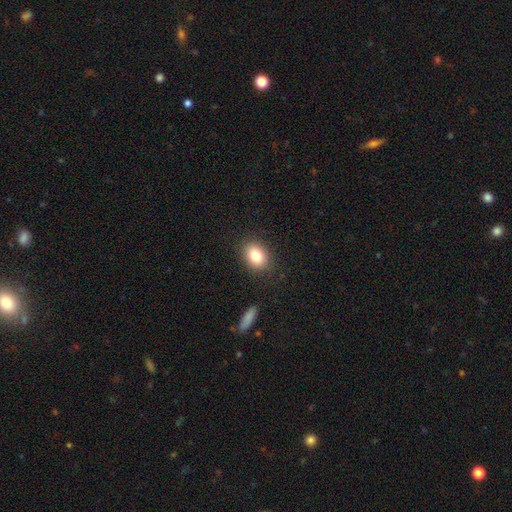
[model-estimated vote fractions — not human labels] Smooth or featured: smooth — 82% (star or artifact — 9%)
How rounded: in between — 68% (round — 31%)
Merging: none — 87% (minor disturbance — 9%)